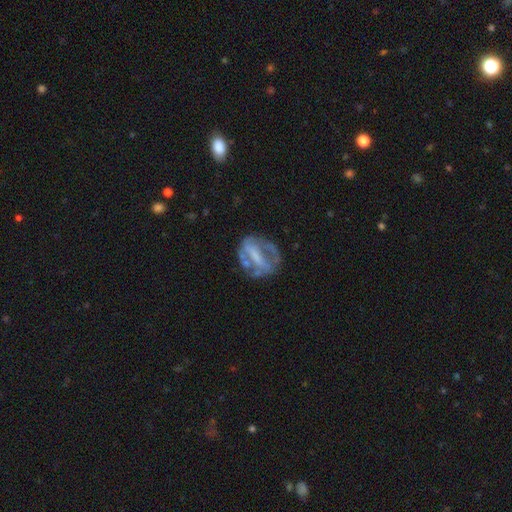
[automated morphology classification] Overall: featured or disk (66%). Edge-on disk: no (93%). Bar: strong (52%; weak 26%). Spiral arms: no (62%; yes 38%). Bulge size: none (41%; small 26%). Merging: none (53%; minor disturbance 22%).